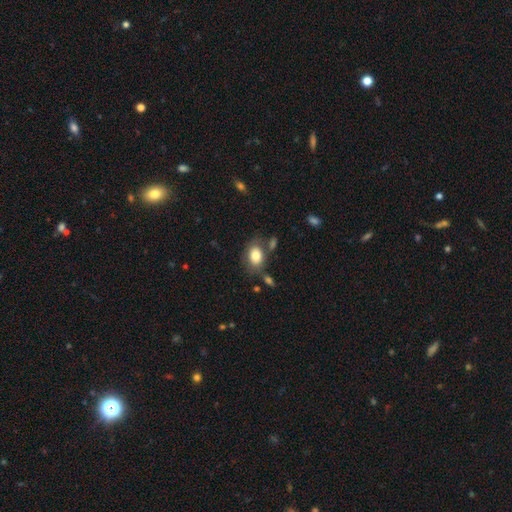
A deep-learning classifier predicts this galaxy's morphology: This is clearly a smooth galaxy (81%). How rounded: likely in between (77%). Merging: likely none (67%).